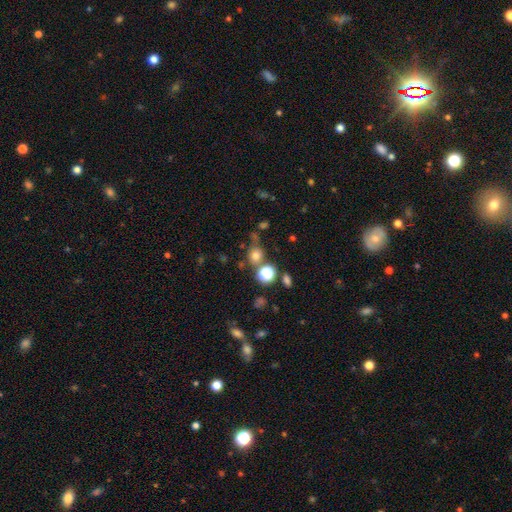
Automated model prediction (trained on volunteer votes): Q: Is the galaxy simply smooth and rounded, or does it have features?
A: smooth — 71%.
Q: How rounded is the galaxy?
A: round — 81%.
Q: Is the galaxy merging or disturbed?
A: none — 66%.